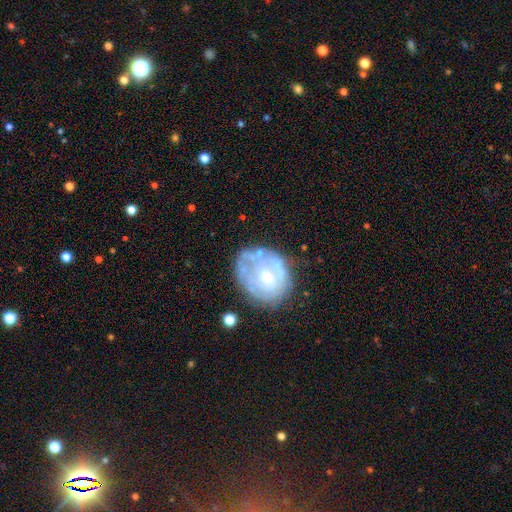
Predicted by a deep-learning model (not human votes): Smooth or featured?
  - featured or disk: 64% *
  - smooth: 29%
  - star or artifact: 8%
Edge-on disk?
  - no: 97% *
  - yes: 3%
Bar?
  - no: 68% *
  - weak: 26%
  - strong: 6%
Spiral arms?
  - no: 59% *
  - yes: 41%
Bulge size?
  - small: 49% *
  - moderate: 39%
  - none: 8%
  - large: 3%
  - dominant: 1%
Merging?
  - none: 54% *
  - minor disturbance: 24%
  - major disturbance: 16%
  - merger: 5%